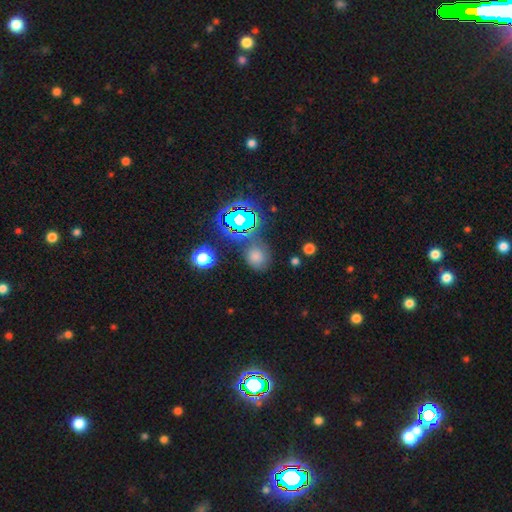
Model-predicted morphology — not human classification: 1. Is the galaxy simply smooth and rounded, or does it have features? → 64% smooth, 27% star or artifact, 9% featured or disk.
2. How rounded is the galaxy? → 70% round, 29% in between, 1% cigar-shaped.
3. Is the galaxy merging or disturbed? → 67% none, 18% minor disturbance, 8% major disturbance, 7% merger.